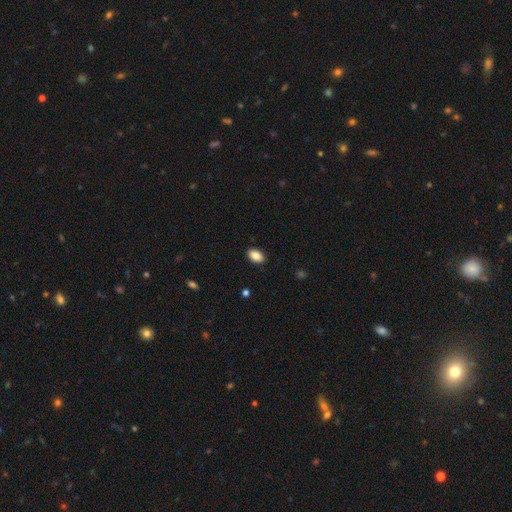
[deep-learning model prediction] Smooth or featured? Predicted: smooth (p=0.88). How rounded? Predicted: in between (p=0.89). Merging? Predicted: none (p=0.89).